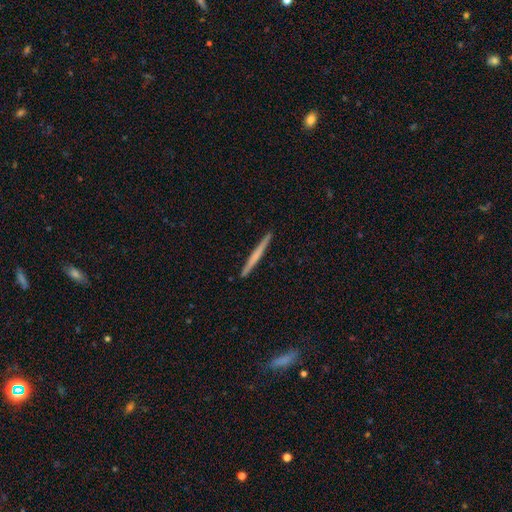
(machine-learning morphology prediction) smooth-or-featured: smooth: 49% | featured or disk: 45% | star or artifact: 5%
  merging: none: 93% | minor disturbance: 5% | merger: 1% | major disturbance: 1%